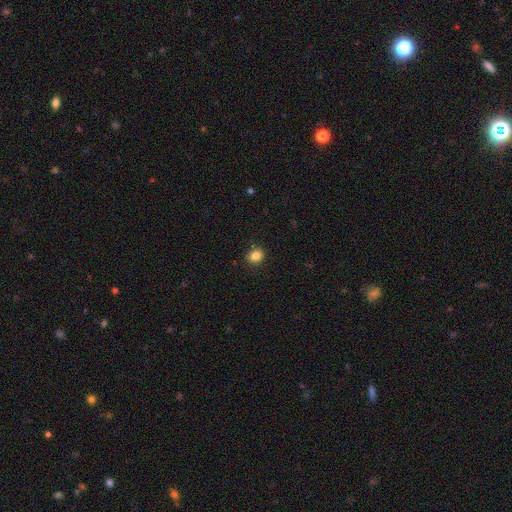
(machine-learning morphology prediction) Smooth or featured?
  - smooth: 84% *
  - star or artifact: 11%
  - featured or disk: 5%
How rounded?
  - round: 67% *
  - in between: 32%
  - cigar-shaped: 1%
Merging?
  - none: 87% *
  - minor disturbance: 10%
  - major disturbance: 2%
  - merger: 1%